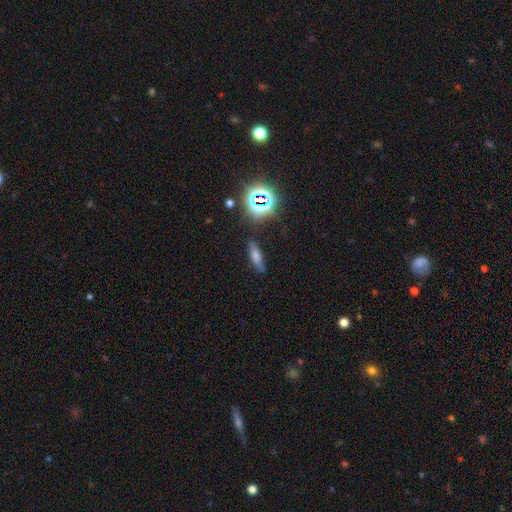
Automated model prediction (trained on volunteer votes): This appears to be a smooth galaxy with no disk features (52%) that is cigar-shaped (63%). Merging: none (82%).